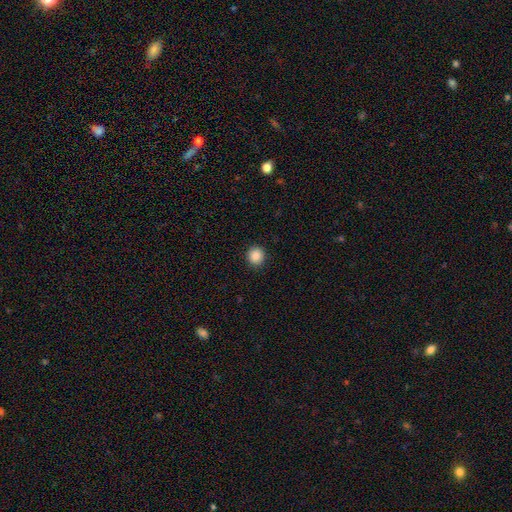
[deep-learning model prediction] A smooth galaxy with no disk features (88%) that is round (91%). Merging: none (92%).